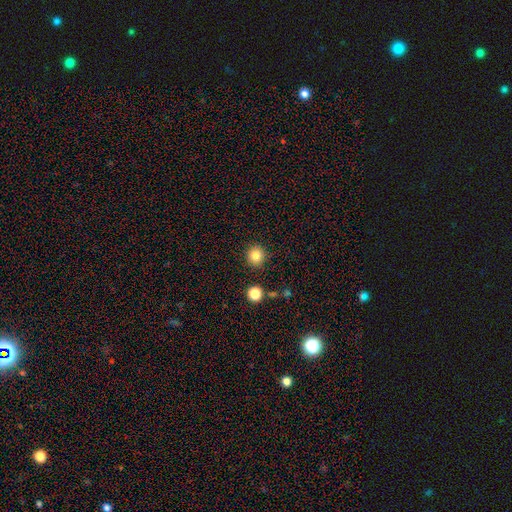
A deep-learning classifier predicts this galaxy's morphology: Smooth or featured? Predicted: smooth (p=0.83). How rounded? Predicted: round (p=0.93). Merging? Predicted: none (p=0.90).